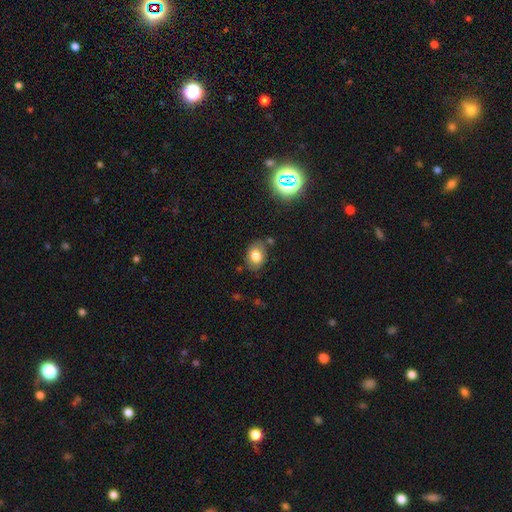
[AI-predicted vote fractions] A smooth galaxy with no disk features (75%) that is in between round and cigar-shaped (71%).

Vote fractions:
- Smooth or featured? smooth: 75% / featured or disk: 13% / star or artifact: 12%
- How rounded? in between: 71% / round: 28% / cigar-shaped: 1%
- Merging? none: 76% / minor disturbance: 16% / merger: 4% / major disturbance: 4%